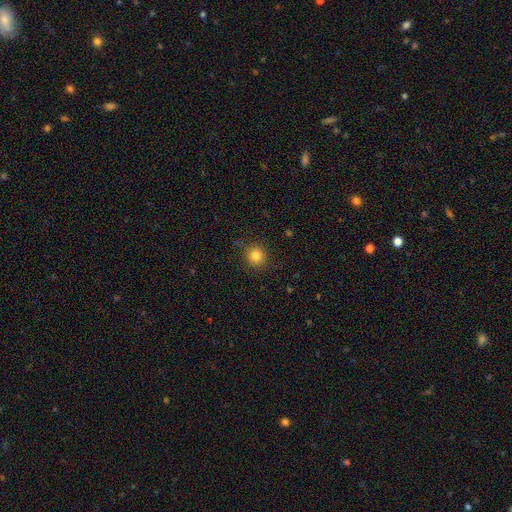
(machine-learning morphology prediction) smooth 82%, star or artifact 12%, featured or disk 5%. Down the decision tree: how rounded — round (92%); merging — none (88%).